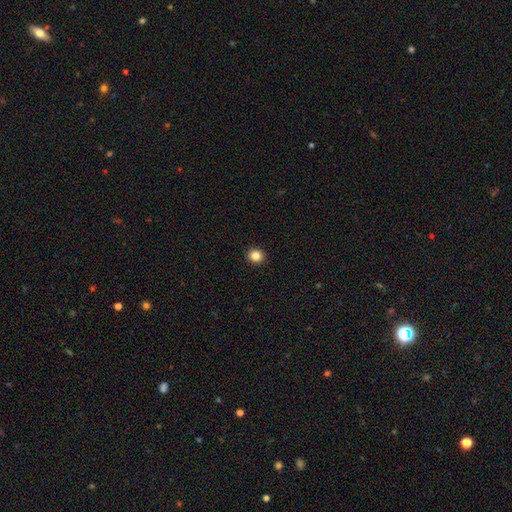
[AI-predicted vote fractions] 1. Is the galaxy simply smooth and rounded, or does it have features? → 85% smooth, 11% star or artifact, 4% featured or disk.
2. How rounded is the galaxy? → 87% round, 13% in between, 1% cigar-shaped.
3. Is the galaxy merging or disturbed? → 93% none, 4% minor disturbance, 1% major disturbance, 1% merger.